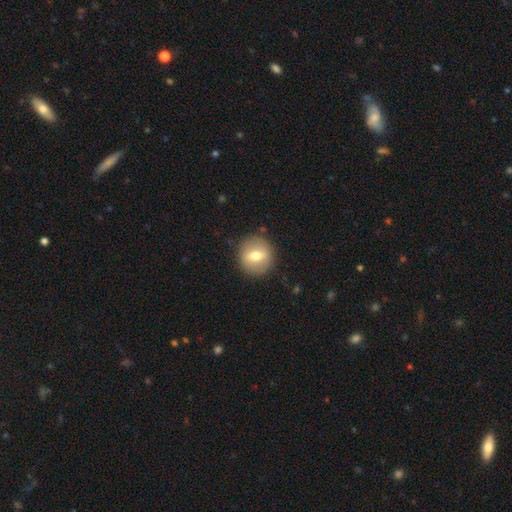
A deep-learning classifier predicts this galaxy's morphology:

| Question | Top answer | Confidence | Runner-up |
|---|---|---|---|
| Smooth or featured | smooth | 58% | featured or disk (34%) |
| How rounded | round | 87% | in between (12%) |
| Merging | none | 88% | minor disturbance (8%) |